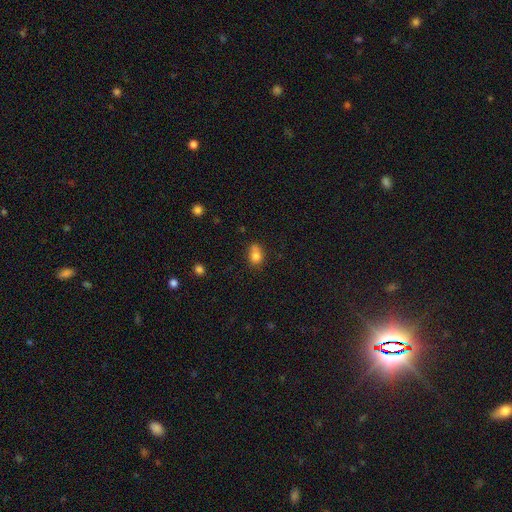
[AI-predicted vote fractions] This appears to be a smooth galaxy with no disk features (78%) that is in between round and cigar-shaped (52%). Merging: none (47%).